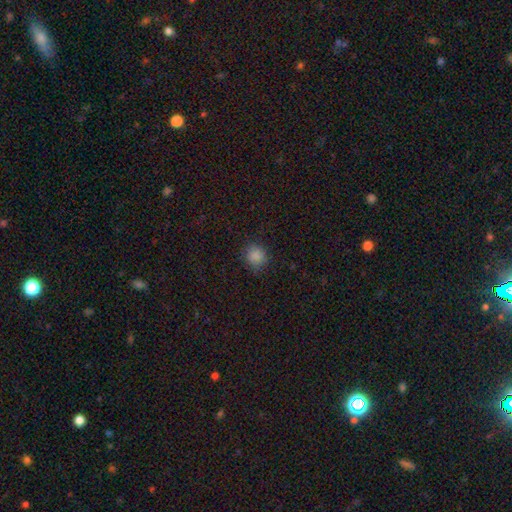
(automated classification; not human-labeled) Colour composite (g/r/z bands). It shows a smooth galaxy with no disk features (85%) that is round (85%). Merging: none (84%).